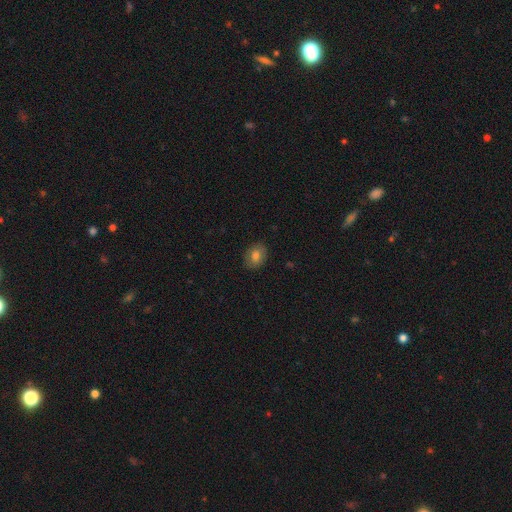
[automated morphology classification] smooth-or-featured: smooth: 77% | featured or disk: 14% | star or artifact: 9%
  how-rounded: in between: 64% | round: 35% | cigar-shaped: 1%
  merging: none: 86% | minor disturbance: 11% | major disturbance: 2% | merger: 1%